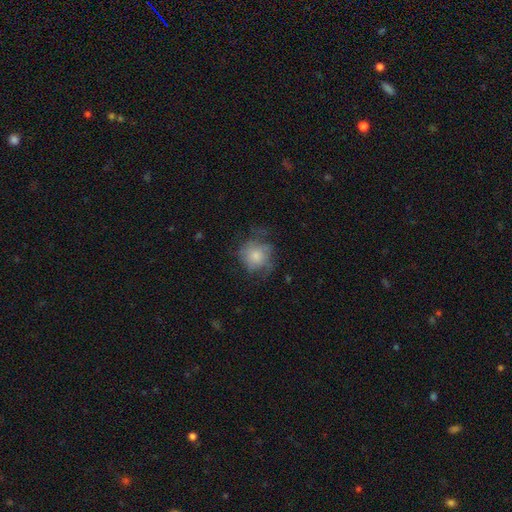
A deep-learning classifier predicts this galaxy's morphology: smooth_or_featured: smooth (p=0.63) [alt: featured or disk p=0.29]
how_rounded: round (p=0.82) [alt: in between p=0.17]
merging: none (p=0.47) [alt: minor disturbance p=0.28]